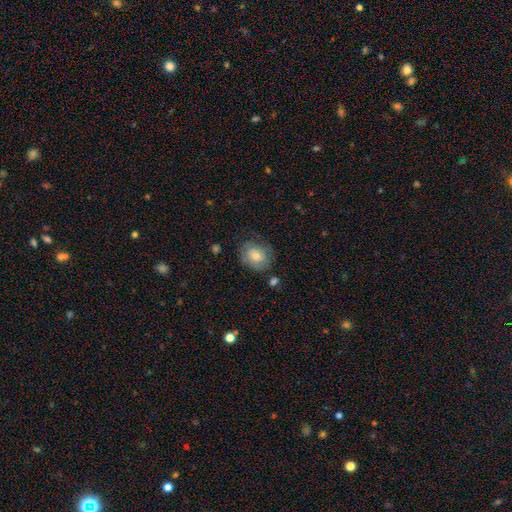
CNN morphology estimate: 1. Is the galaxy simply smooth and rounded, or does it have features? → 71% smooth, 21% featured or disk, 8% star or artifact.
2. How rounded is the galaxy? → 54% round, 45% in between, 1% cigar-shaped.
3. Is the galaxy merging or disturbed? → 69% none, 21% minor disturbance, 7% major disturbance, 2% merger.